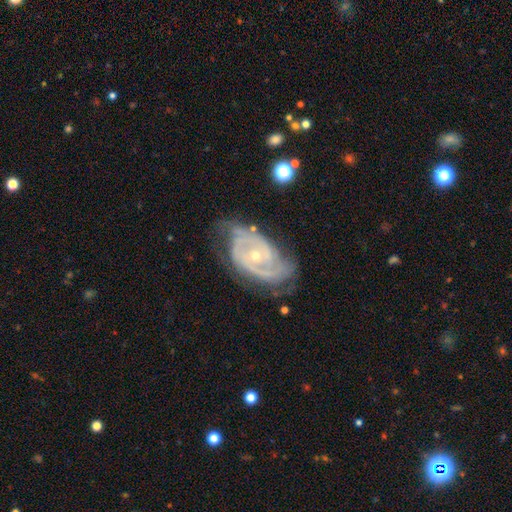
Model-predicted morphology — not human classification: This is clearly a featured or disk galaxy (89%). It is clearly not viewed edge-on (96%). Bar: likely no (67%). Spiral arm pattern: clearly yes (96%). Spiral arm count: possibly 2 (59%). Spiral winding: possibly tight (58%). Central bulge: likely small (63%). Merging: likely none (60%).